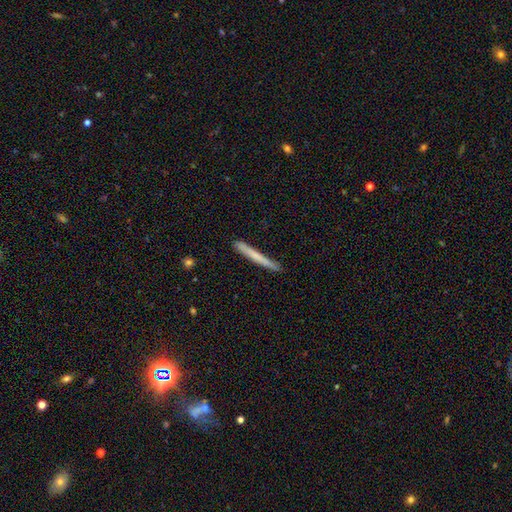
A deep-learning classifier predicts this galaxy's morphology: smooth-or-featured: smooth: 61% | featured or disk: 33% | star or artifact: 6%
  how-rounded: cigar-shaped: 97% | in between: 2% | round: 1%
  merging: none: 88% | minor disturbance: 9% | major disturbance: 2% | merger: 1%